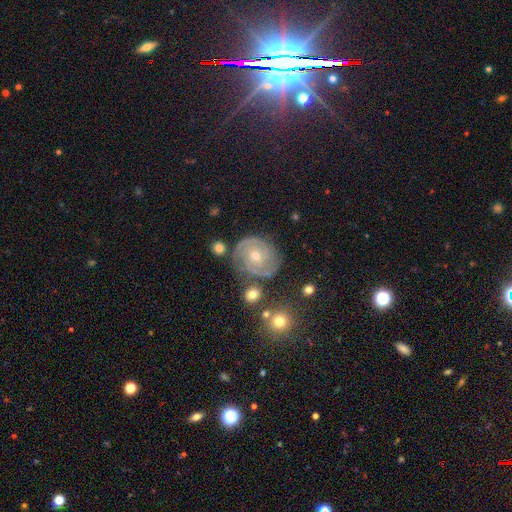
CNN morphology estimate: Smooth or featured? featured or disk (85%)
Edge-on disk? no (98%)
Bar? no (74%)
Spiral arms? yes (96%)
Spiral winding? tight (71%)
Spiral arm count? 2 (44%)
Bulge size? small (58%)
Merging? none (74%)